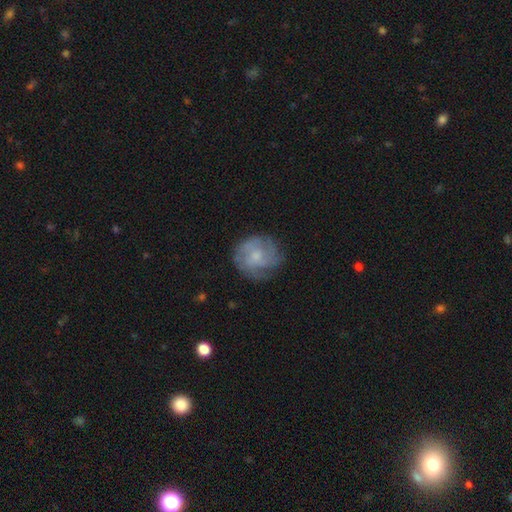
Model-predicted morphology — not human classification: A featured or disk galaxy (53%) with no bar (74%), spiral arms (76%) and a small central bulge (46%). Merging: none (69%).